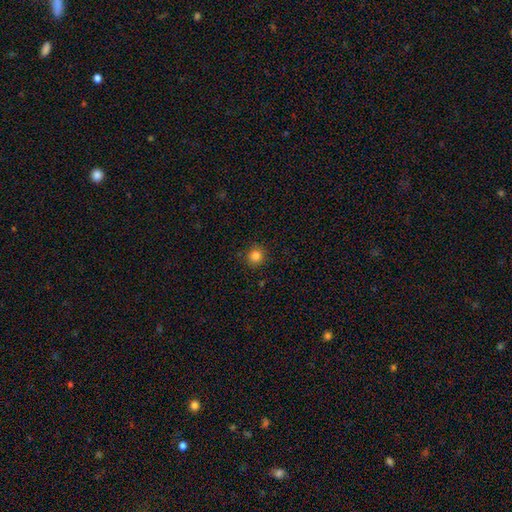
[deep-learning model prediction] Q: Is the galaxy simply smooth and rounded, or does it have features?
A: smooth — 83%.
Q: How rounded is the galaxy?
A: round — 94%.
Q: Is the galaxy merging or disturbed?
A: none — 91%.